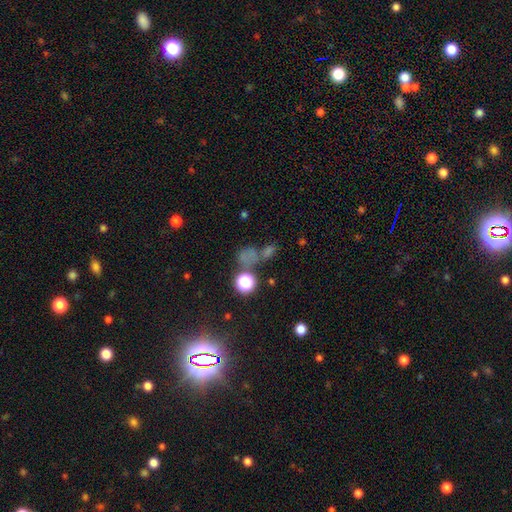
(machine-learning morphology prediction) Smooth or featured?
  - star or artifact: 59% *
  - smooth: 30%
  - featured or disk: 12%